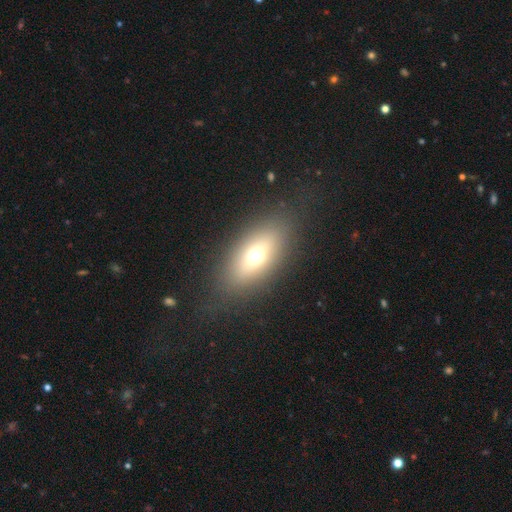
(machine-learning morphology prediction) Smooth or featured? smooth (62%)
How rounded? in between (79%)
Merging? none (82%)